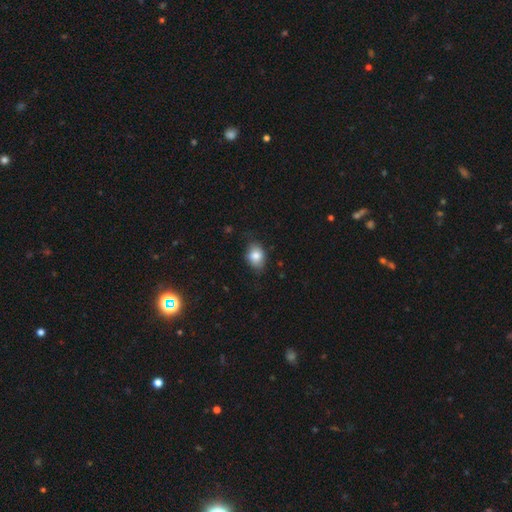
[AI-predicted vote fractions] The model was most divided on "how rounded": in between: 68%, round: 31%, cigar-shaped: 1%. More confident: smooth or featured — smooth (82%); merging — none (72%).